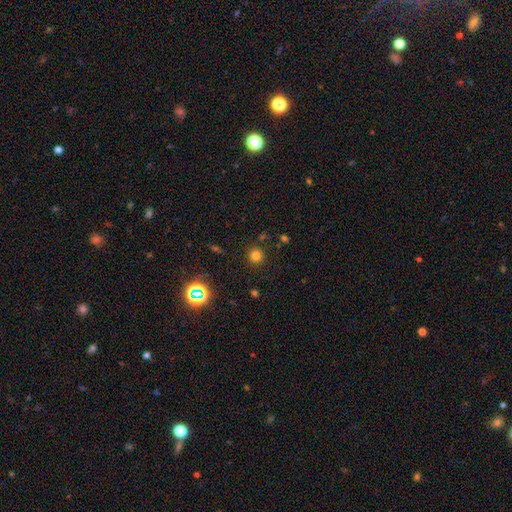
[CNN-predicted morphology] A smooth galaxy with no disk features (73%) that is round (93%). Merging: none (87%).